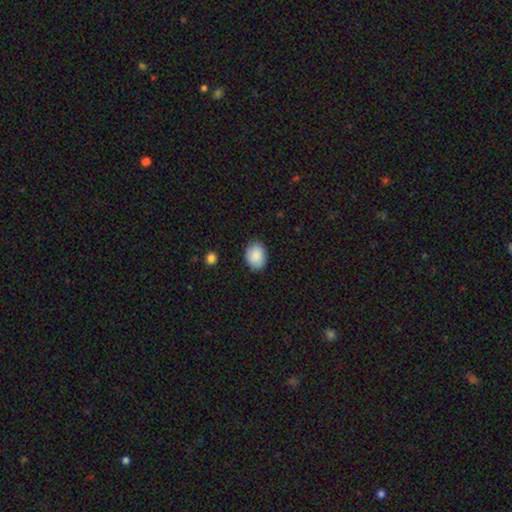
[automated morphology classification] Smooth or featured?
  - smooth: 89% *
  - star or artifact: 7%
  - featured or disk: 4%
How rounded?
  - in between: 70% *
  - round: 30%
  - cigar-shaped: 1%
Merging?
  - none: 85% *
  - minor disturbance: 12%
  - major disturbance: 2%
  - merger: 1%